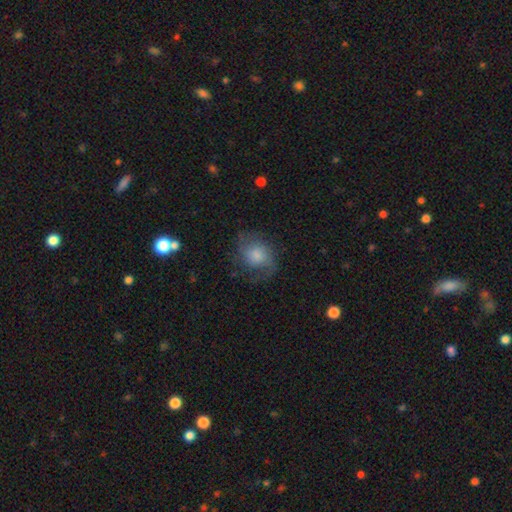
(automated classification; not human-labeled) Smooth or featured? featured or disk (51%)
Edge-on disk? no (97%)
Merging? none (67%)